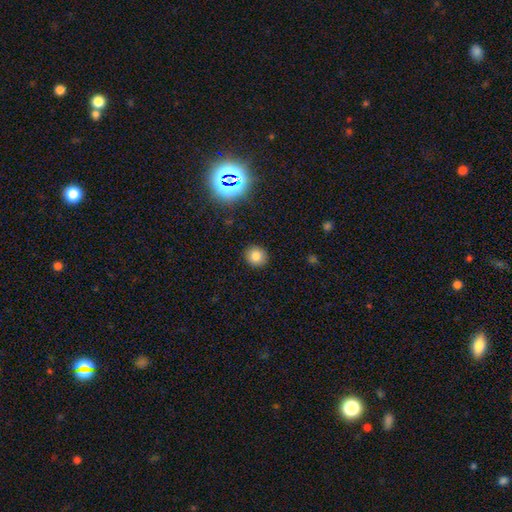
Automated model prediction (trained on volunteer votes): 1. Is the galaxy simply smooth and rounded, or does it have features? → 80% smooth, 13% star or artifact, 7% featured or disk.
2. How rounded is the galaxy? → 83% round, 16% in between, 1% cigar-shaped.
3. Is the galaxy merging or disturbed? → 91% none, 6% minor disturbance, 2% major disturbance, 1% merger.